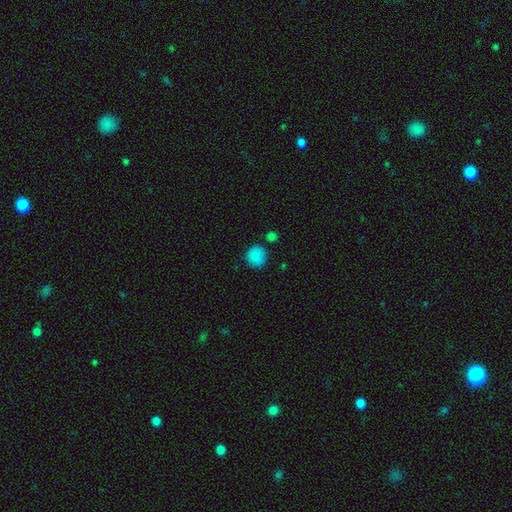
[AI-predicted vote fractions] Smooth or featured? Predicted: smooth (p=0.85). How rounded? Predicted: round (p=0.86). Merging? Predicted: none (p=0.75).